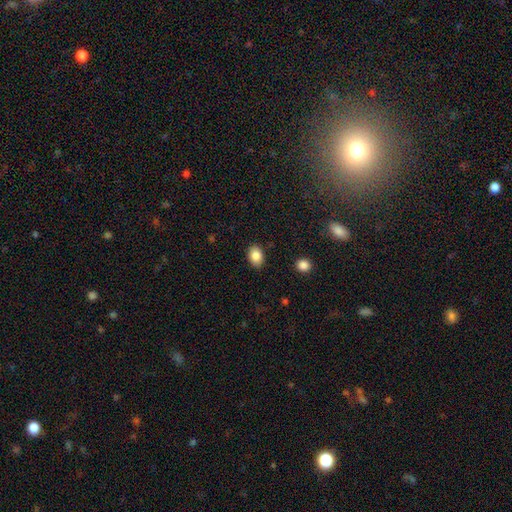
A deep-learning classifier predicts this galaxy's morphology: smooth_or_featured: smooth (p=0.86) [alt: star or artifact p=0.09]
how_rounded: in between (p=0.75) [alt: round p=0.24]
merging: none (p=0.86) [alt: minor disturbance p=0.10]